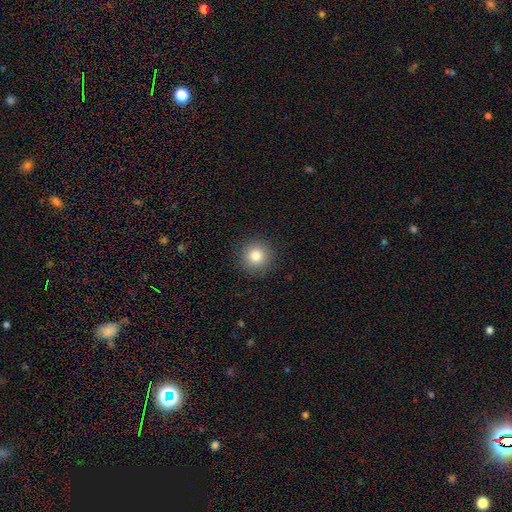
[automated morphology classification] smooth 83%, star or artifact 11%, featured or disk 6%. Down the decision tree: how rounded — round (94%); merging — none (91%).